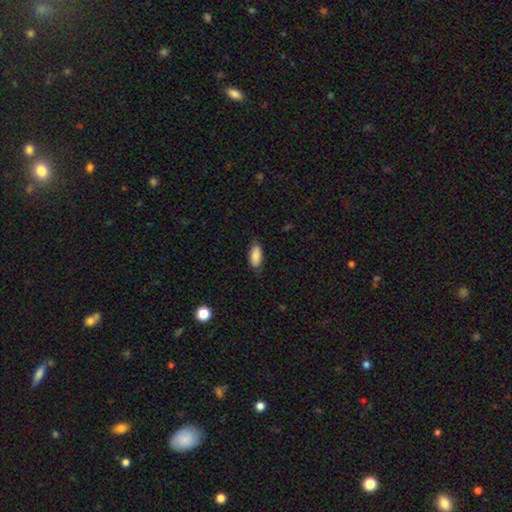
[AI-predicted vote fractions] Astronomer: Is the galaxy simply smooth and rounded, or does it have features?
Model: smooth — 87%.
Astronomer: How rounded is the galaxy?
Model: in between — 91%.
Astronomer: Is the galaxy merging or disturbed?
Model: none — 78%.